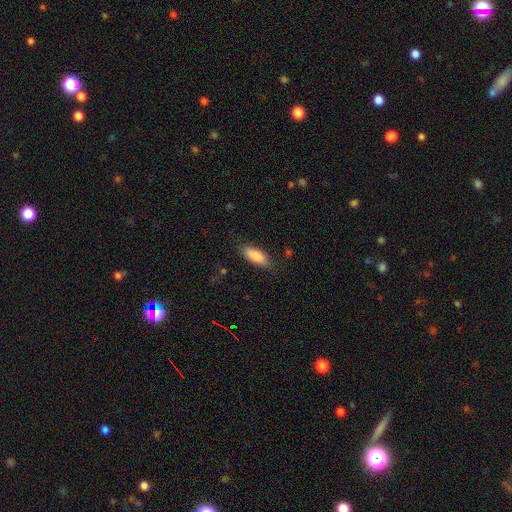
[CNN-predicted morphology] smooth_or_featured: smooth (p=0.87) [alt: featured or disk p=0.07]
how_rounded: in between (p=0.74) [alt: cigar-shaped p=0.24]
merging: none (p=0.82) [alt: minor disturbance p=0.13]